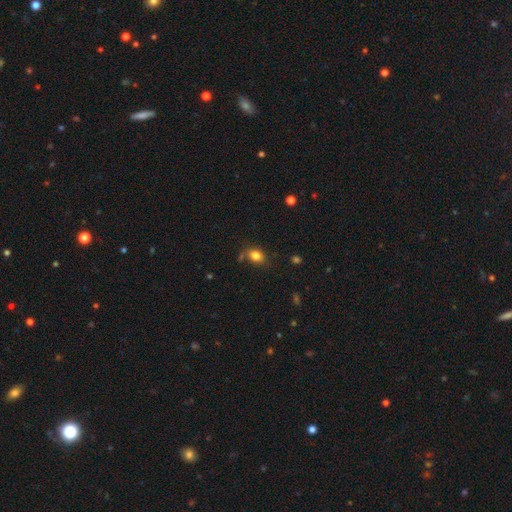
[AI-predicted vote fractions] This appears to be a smooth galaxy with no disk features (81%) that is in between round and cigar-shaped (64%). Merging: none (69%).